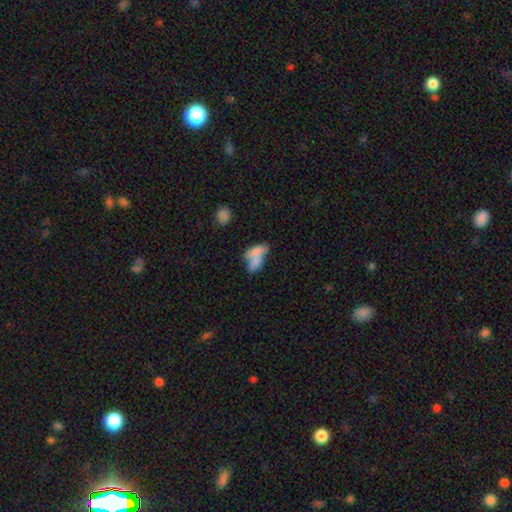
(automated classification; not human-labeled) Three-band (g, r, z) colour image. It shows a smooth galaxy with no disk features (68%) that is in between round and cigar-shaped (84%). Merging: merger (52%).